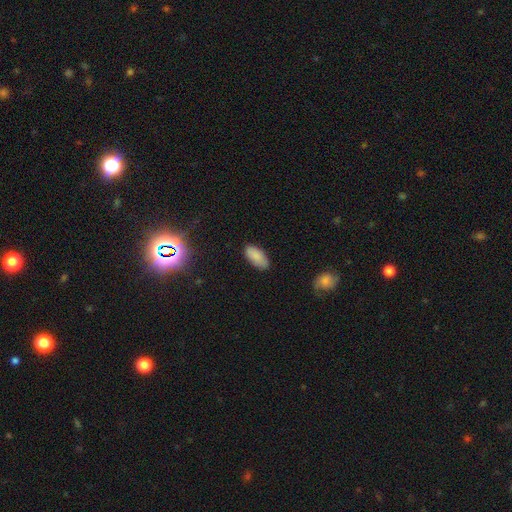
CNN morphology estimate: smooth 86%, star or artifact 8%, featured or disk 6%. Down the decision tree: how rounded — in between (93%); merging — none (81%).